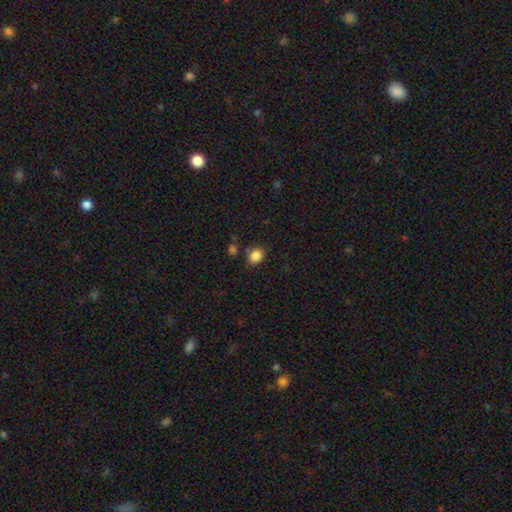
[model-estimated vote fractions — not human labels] smooth-or-featured: smooth: 86% | star or artifact: 10% | featured or disk: 4%
  how-rounded: round: 51% | in between: 48% | cigar-shaped: 1%
  merging: none: 76% | minor disturbance: 13% | merger: 7% | major disturbance: 4%